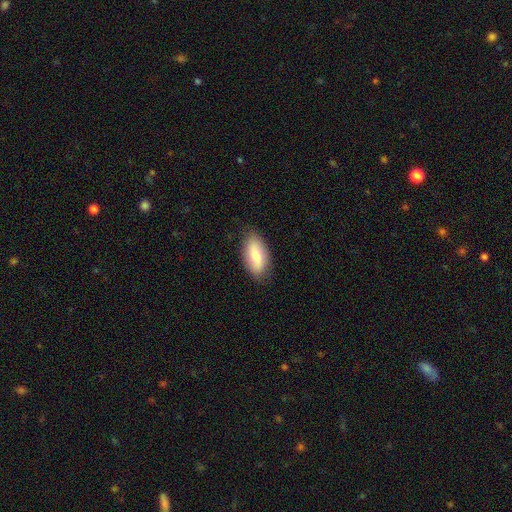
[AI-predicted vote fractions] Smooth or featured?
  - smooth: 67% *
  - featured or disk: 27%
  - star or artifact: 6%
How rounded?
  - in between: 90% *
  - cigar-shaped: 7%
  - round: 3%
Merging?
  - none: 83% *
  - minor disturbance: 13%
  - major disturbance: 3%
  - merger: 1%